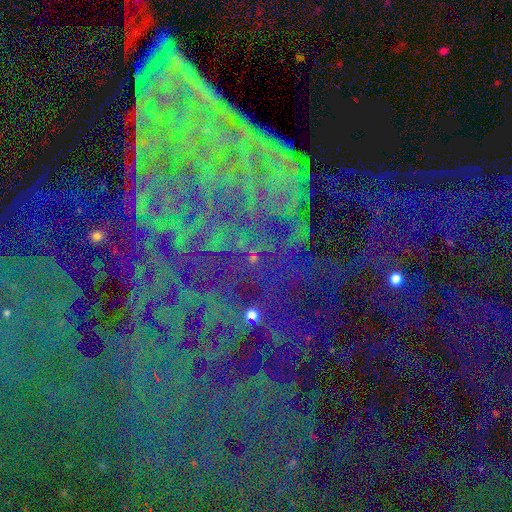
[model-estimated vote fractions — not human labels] Morphology: type=star or artifact (84%).